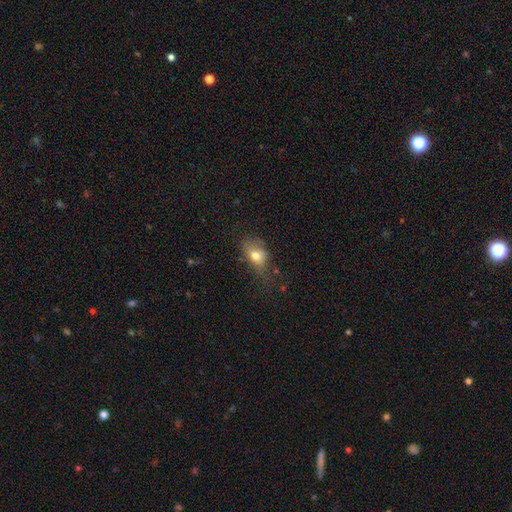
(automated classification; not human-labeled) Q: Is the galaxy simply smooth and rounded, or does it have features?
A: smooth — 74%.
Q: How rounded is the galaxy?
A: in between — 77%.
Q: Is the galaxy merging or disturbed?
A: none — 37%.